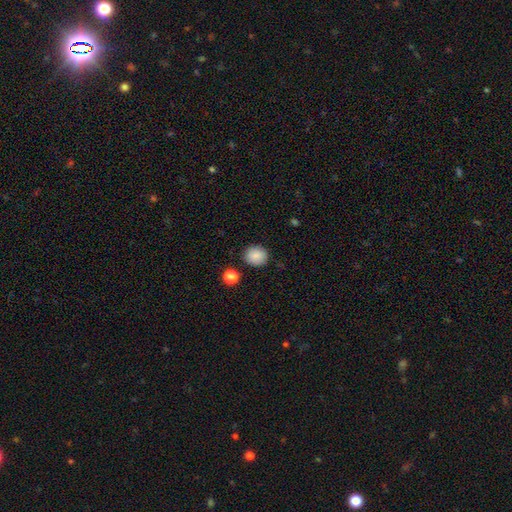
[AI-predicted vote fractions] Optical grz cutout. It shows a smooth galaxy with no disk features (87%) that is round (77%). Merging: none (87%).